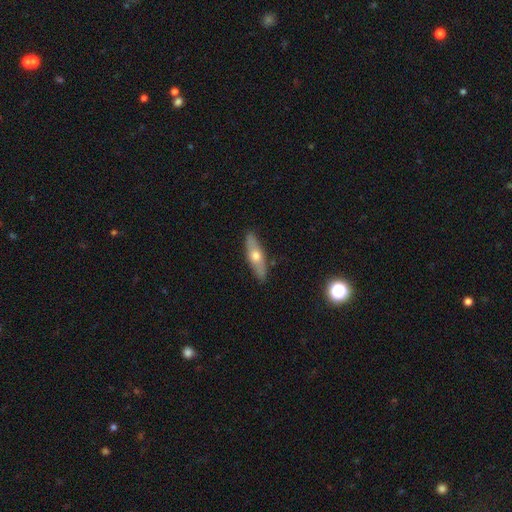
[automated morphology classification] A smooth galaxy with no disk features (49%). Merging: none (88%).